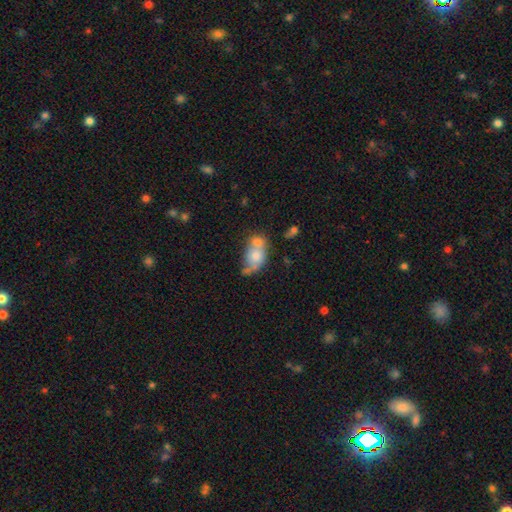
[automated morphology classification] Smooth or featured: smooth — 67% (featured or disk — 25%)
How rounded: in between — 74% (round — 23%)
Merging: merger — 55% (none — 23%)